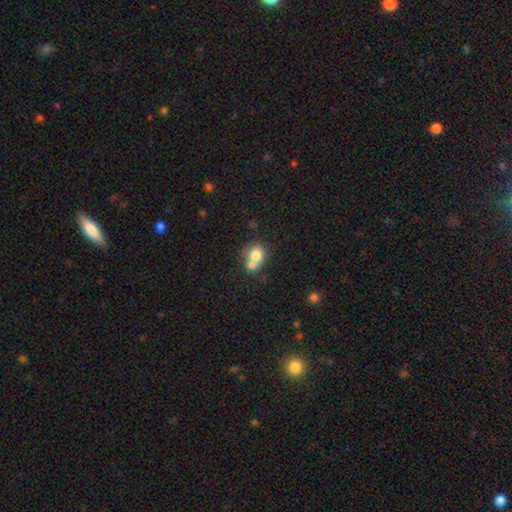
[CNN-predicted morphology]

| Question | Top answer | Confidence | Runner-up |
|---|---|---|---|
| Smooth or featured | smooth | 74% | featured or disk (16%) |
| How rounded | round | 63% | in between (36%) |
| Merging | merger | 57% | none (30%) |